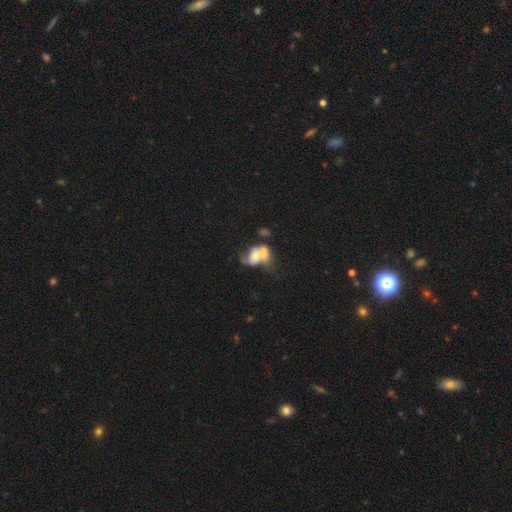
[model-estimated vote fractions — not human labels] Smooth or featured: smooth — 48% (featured or disk — 42%)
Merging: merger — 69% (major disturbance — 12%)